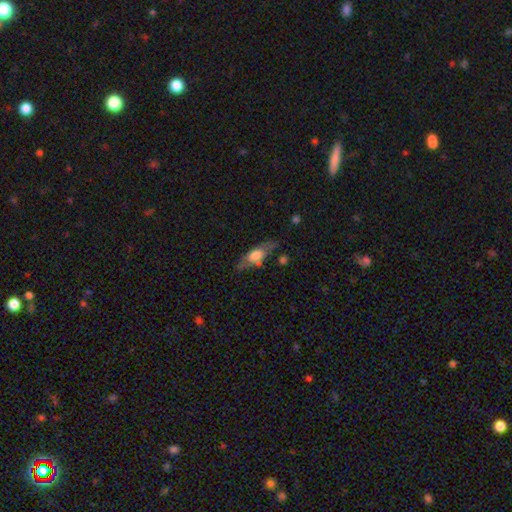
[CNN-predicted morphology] The model was most divided on "smooth or featured": smooth: 51%, featured or disk: 42%, star or artifact: 6%. More confident: merging — none (68%); how rounded — in between (56%).